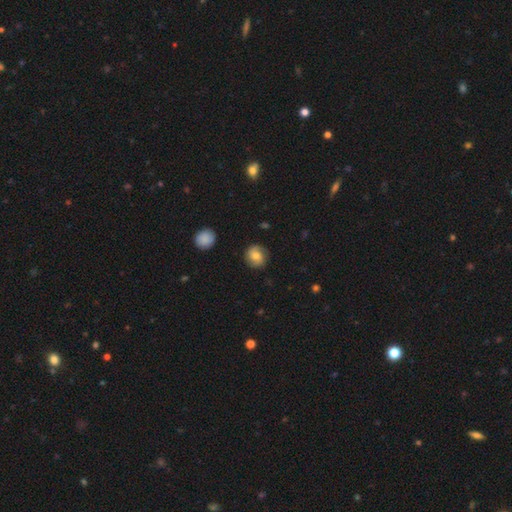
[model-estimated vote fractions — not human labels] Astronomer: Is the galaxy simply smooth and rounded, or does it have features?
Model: smooth — 55% (runner-up: featured or disk, 36%).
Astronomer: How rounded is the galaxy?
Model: round — 85%.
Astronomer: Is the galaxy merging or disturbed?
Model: none — 84%.